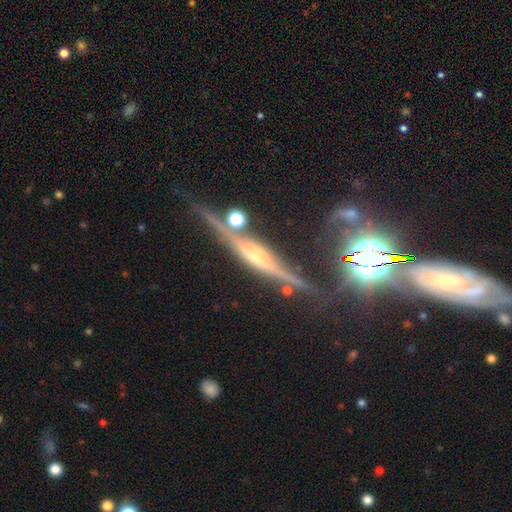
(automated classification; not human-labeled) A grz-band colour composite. It shows a featured or disk galaxy (74%) viewed edge-on (94%) with a rounded central bulge (68%). Merging: none (70%).